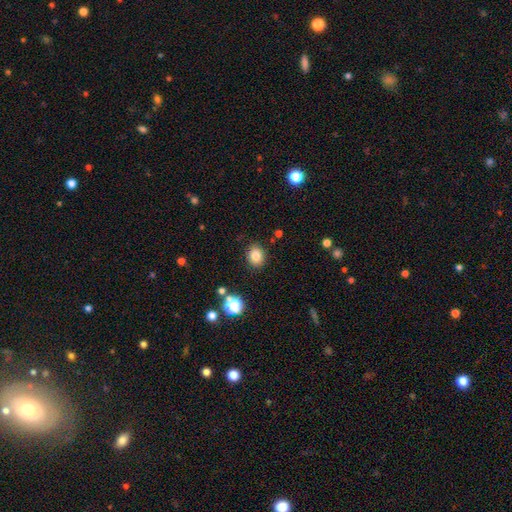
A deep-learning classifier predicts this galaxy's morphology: Q: Smooth or featured?
A: smooth (82%); runner-up: star or artifact (12%)
Q: How rounded?
A: round (59%); runner-up: in between (40%)
Q: Merging?
A: none (87%); runner-up: minor disturbance (8%)